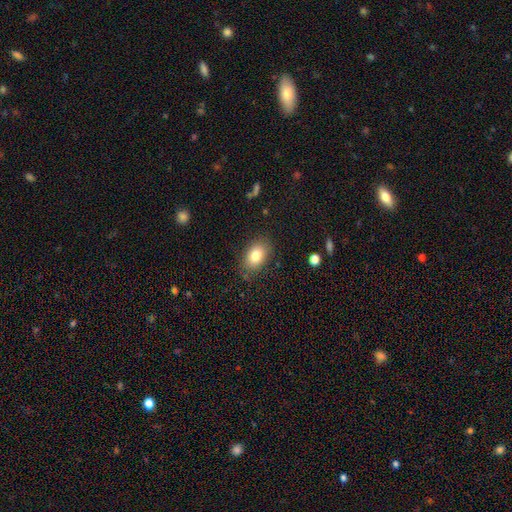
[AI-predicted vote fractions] The model was most divided on "how rounded": in between: 83%, round: 16%, cigar-shaped: 1%. More confident: smooth or featured — smooth (82%); merging — none (81%).